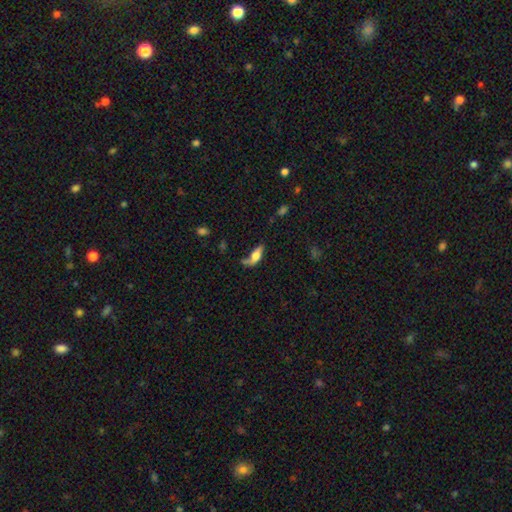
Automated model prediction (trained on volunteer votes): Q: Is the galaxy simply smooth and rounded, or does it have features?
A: smooth — 59%.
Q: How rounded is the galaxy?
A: in between — 68%.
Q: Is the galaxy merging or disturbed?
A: none — 42%.